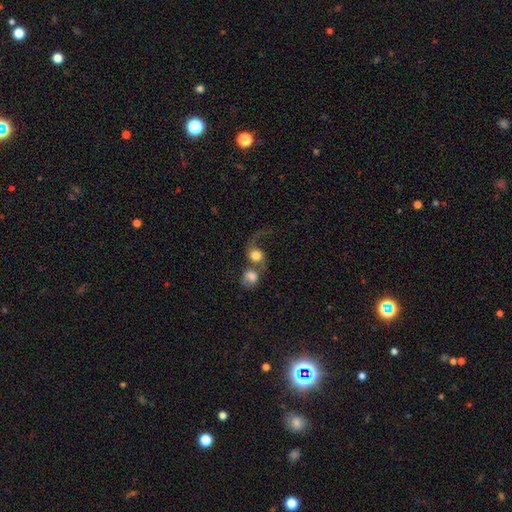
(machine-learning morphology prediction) Smooth or featured: smooth — 55% (featured or disk — 36%)
How rounded: round — 71% (in between — 27%)
Merging: merger — 71% (major disturbance — 14%)